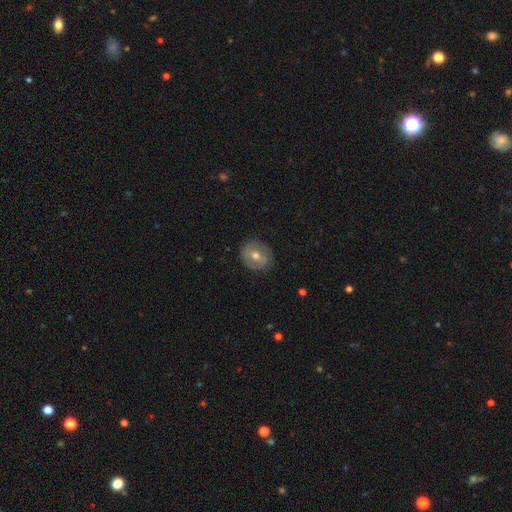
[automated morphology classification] type=featured or disk (49%); merging=none (84%).